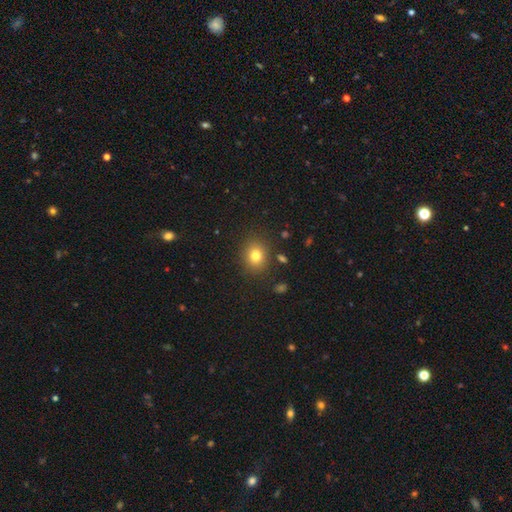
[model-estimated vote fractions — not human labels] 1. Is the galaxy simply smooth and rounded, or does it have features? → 79% smooth, 13% star or artifact, 8% featured or disk.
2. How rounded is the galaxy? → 66% round, 33% in between, 1% cigar-shaped.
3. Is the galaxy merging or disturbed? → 86% none, 9% minor disturbance, 3% major disturbance, 2% merger.